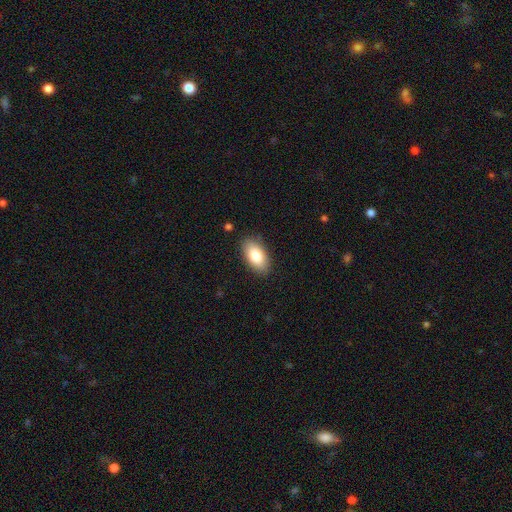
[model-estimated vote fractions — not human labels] smooth 82%, featured or disk 12%, star or artifact 7%. Down the decision tree: how rounded — in between (94%); merging — none (87%).